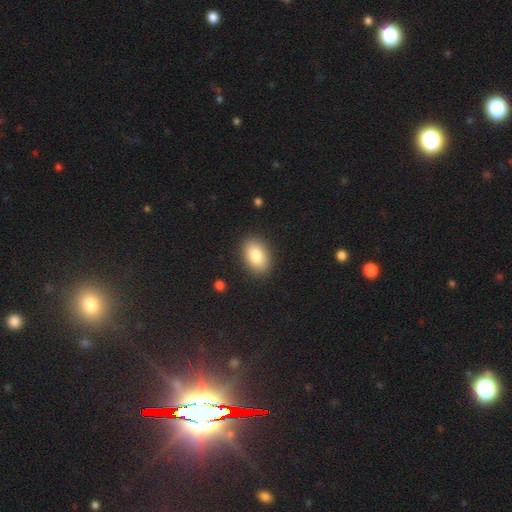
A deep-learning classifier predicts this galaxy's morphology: A smooth galaxy with no disk features (83%) that is in between round and cigar-shaped (86%).

Vote fractions:
- Smooth or featured? smooth: 83% / featured or disk: 10% / star or artifact: 8%
- How rounded? in between: 86% / round: 13% / cigar-shaped: 1%
- Merging? none: 89% / minor disturbance: 8% / major disturbance: 2% / merger: 1%